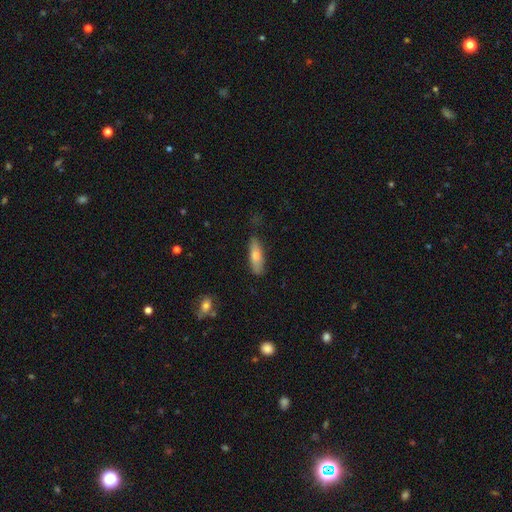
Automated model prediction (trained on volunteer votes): The model was most divided on "how rounded" (2-way tie): in between: 49%, cigar-shaped: 49%, round: 2%. More confident: merging — none (78%); smooth or featured — smooth (78%).